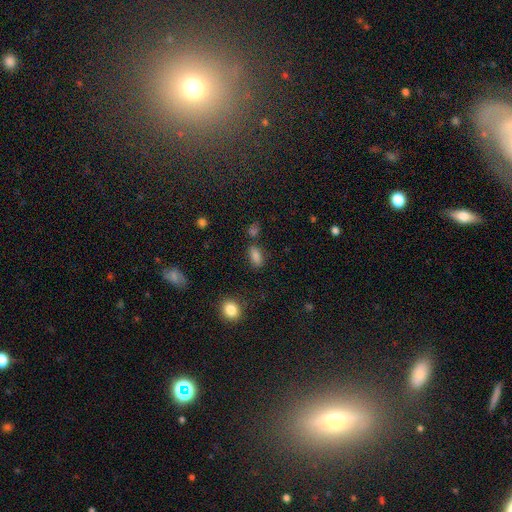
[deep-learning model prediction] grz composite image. It shows a smooth galaxy with no disk features (82%) that is in between round and cigar-shaped (86%). Merging: none (72%).